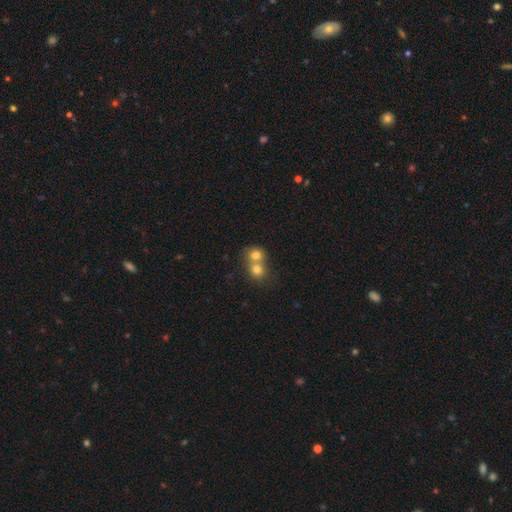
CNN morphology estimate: Smooth or featured?
  - smooth: 75% *
  - featured or disk: 14%
  - star or artifact: 11%
How rounded?
  - round: 77% *
  - in between: 22%
  - cigar-shaped: 1%
Merging?
  - merger: 65% *
  - none: 28%
  - minor disturbance: 4%
  - major disturbance: 2%